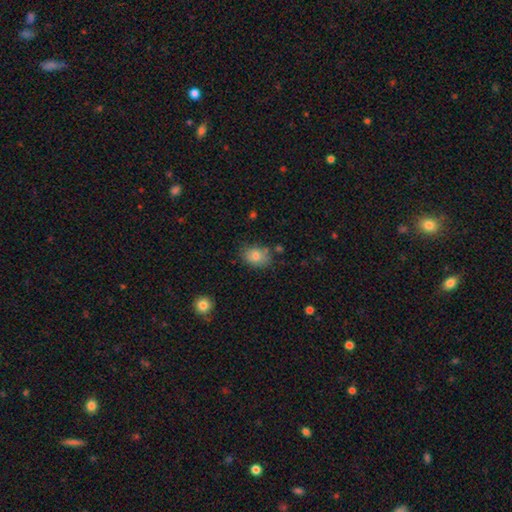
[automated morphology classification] This appears to be a smooth galaxy with no disk features (80%) that is in between round and cigar-shaped (68%). Merging: none (74%).